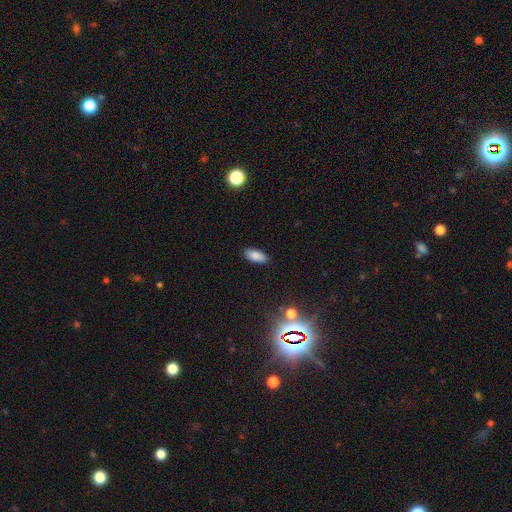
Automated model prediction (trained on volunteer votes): A smooth galaxy with no disk features (84%) that is in between round and cigar-shaped (87%).

Vote fractions:
- Smooth or featured? smooth: 84% / star or artifact: 9% / featured or disk: 7%
- How rounded? in between: 87% / cigar-shaped: 11% / round: 2%
- Merging? none: 88% / minor disturbance: 9% / major disturbance: 2% / merger: 1%